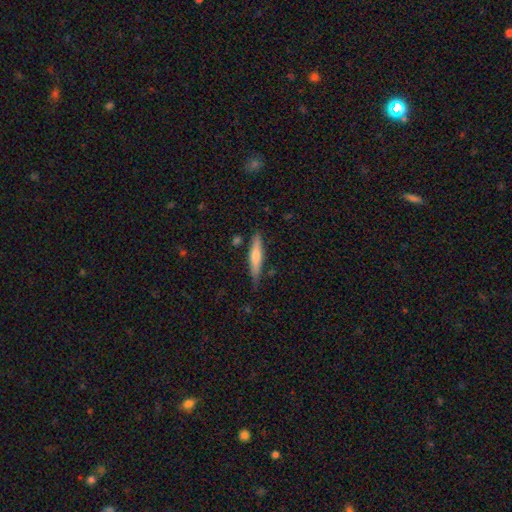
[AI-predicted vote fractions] Overall: featured or disk (49%; smooth 45%). Merging: none (82%).